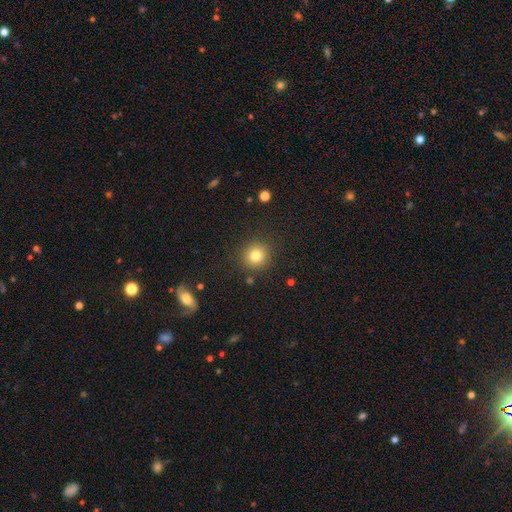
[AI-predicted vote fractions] This appears to be a smooth galaxy with no disk features (81%) that is round (92%). Merging: none (88%).